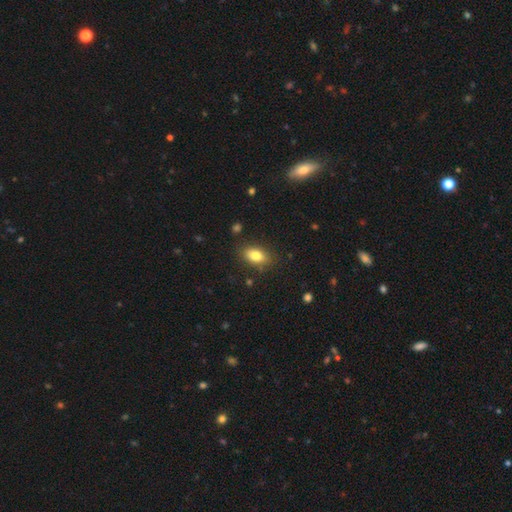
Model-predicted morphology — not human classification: Smooth or featured? Predicted: smooth (p=0.82). How rounded? Predicted: in between (p=0.87). Merging? Predicted: none (p=0.85).